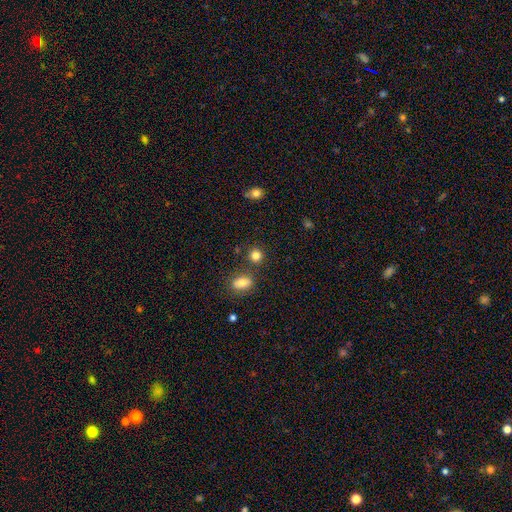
Smooth or featured: smooth — 90% (star or artifact — 10%)
How rounded: round — 83% (in between — 17%)
Merging: none — 74% (minor disturbance — 17%)